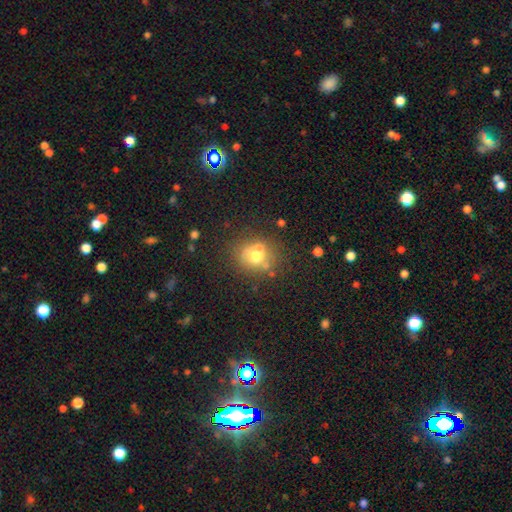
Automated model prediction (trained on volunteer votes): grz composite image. It shows a smooth galaxy with no disk features (60%) that is round (78%). Merging: none (52%).